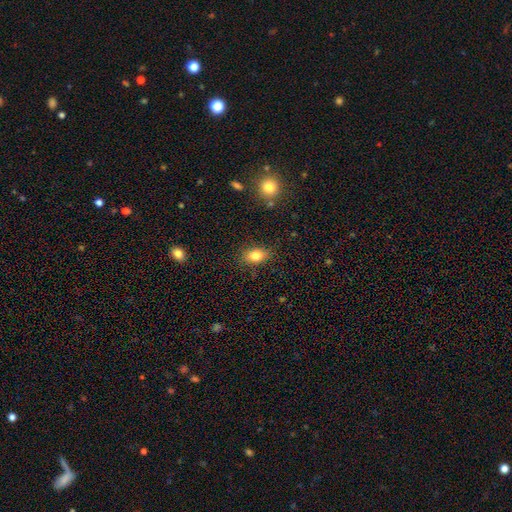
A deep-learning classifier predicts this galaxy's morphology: Smooth or featured: smooth — 81% (featured or disk — 10%)
How rounded: in between — 83% (round — 14%)
Merging: none — 82% (minor disturbance — 13%)